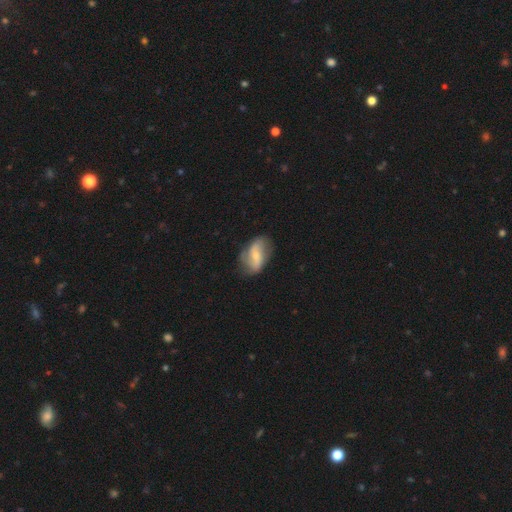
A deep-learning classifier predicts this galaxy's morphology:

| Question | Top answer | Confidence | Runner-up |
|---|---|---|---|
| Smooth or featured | featured or disk | 59% | smooth (33%) |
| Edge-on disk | no | 96% | yes (4%) |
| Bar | weak | 43% | no (35%) |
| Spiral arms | yes | 85% | no (15%) |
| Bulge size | small | 53% | moderate (34%) |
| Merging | none | 61% | minor disturbance (26%) |